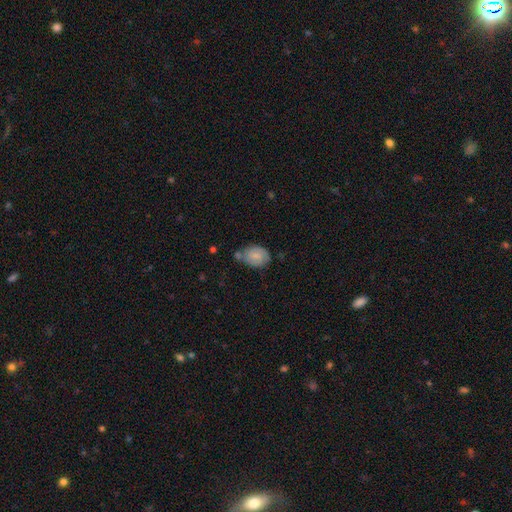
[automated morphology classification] The model was most divided on "merging": none: 56%, minor disturbance: 23%, merger: 15%, major disturbance: 6%. More confident: how rounded — in between (70%); smooth or featured — smooth (67%).